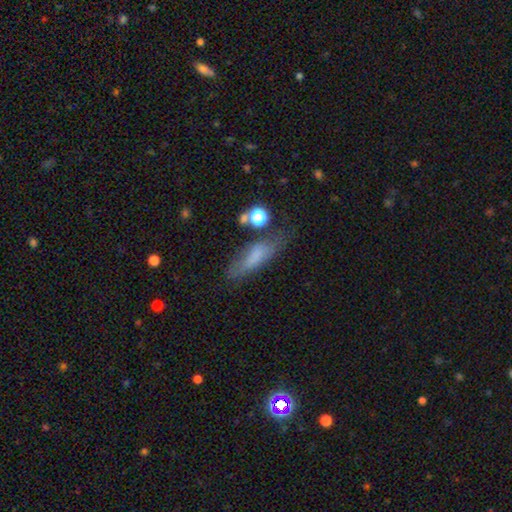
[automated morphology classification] type=smooth (67%); roundness=cigar-shaped (57%); merging=none (58%).